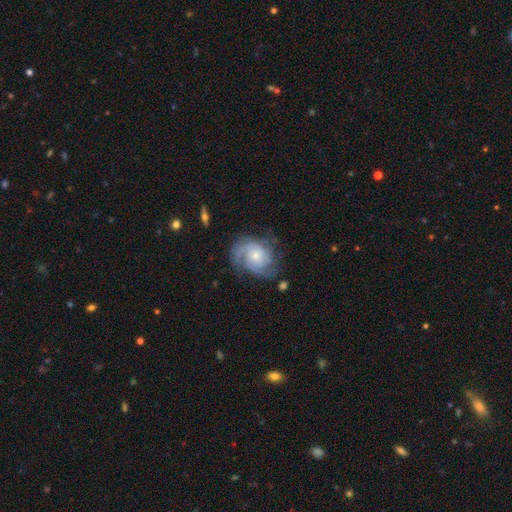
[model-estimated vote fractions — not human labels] Smooth or featured?
  - featured or disk: 79% *
  - smooth: 15%
  - star or artifact: 6%
Edge-on disk?
  - no: 98% *
  - yes: 2%
Bar?
  - no: 76% *
  - weak: 21%
  - strong: 3%
Spiral arms?
  - yes: 94% *
  - no: 6%
Spiral winding?
  - tight: 47% *
  - medium: 38%
  - loose: 15%
Spiral arm count?
  - can't tell: 27% * (tied)
  - 3: 27% * (tied)
  - 2: 25%
  - 4: 8%
  - 1: 7%
  - more than 4: 5%
Bulge size?
  - small: 63% *
  - moderate: 31%
  - large: 3%
  - none: 3%
  - dominant: 1%
Merging?
  - none: 63% *
  - minor disturbance: 21%
  - major disturbance: 14%
  - merger: 2%